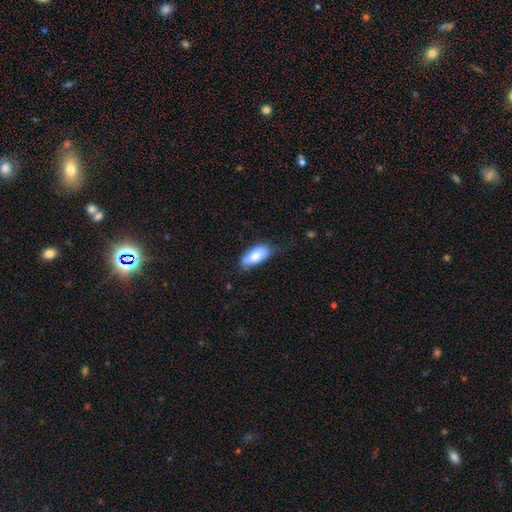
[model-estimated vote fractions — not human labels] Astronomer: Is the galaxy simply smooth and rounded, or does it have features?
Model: smooth — 79%.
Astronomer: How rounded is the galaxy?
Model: in between — 87%.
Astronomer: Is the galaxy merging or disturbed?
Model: none — 66%.